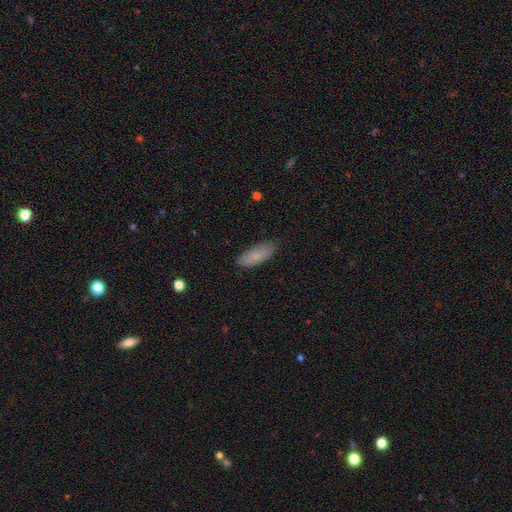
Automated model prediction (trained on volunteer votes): Smooth or featured?
  - smooth: 80% *
  - featured or disk: 13%
  - star or artifact: 6%
How rounded?
  - in between: 75% *
  - cigar-shaped: 23%
  - round: 2%
Merging?
  - none: 83% *
  - minor disturbance: 13%
  - major disturbance: 2%
  - merger: 1%